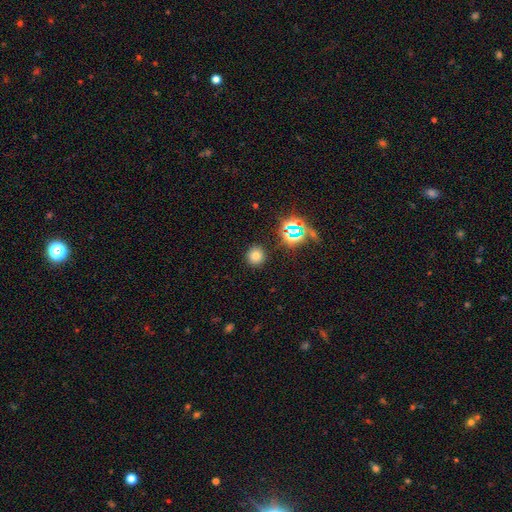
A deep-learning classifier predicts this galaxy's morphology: Smooth or featured? Predicted: smooth (p=0.71). How rounded? Predicted: round (p=0.91). Merging? Predicted: none (p=0.89).